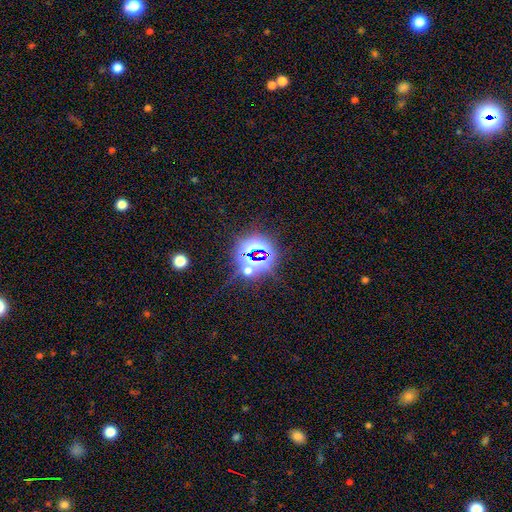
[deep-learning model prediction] star or artifact 77%, smooth 14%, featured or disk 9%.